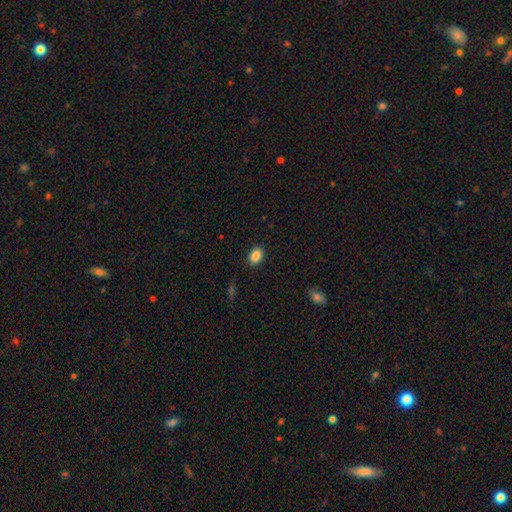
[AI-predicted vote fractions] This is clearly a smooth galaxy (87%). How rounded: likely in between (71%). Merging: clearly none (88%).